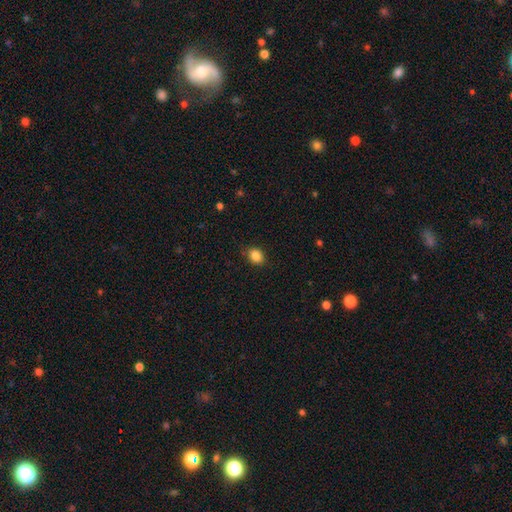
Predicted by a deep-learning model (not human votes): Smooth or featured? Predicted: smooth (p=0.86). How rounded? Predicted: in between (p=0.53). Merging? Predicted: none (p=0.84).